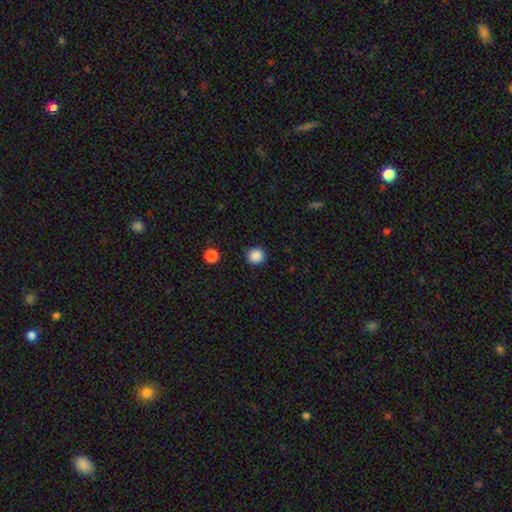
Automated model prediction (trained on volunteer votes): Smooth or featured?
  - smooth: 87% *
  - star or artifact: 10%
  - featured or disk: 3%
How rounded?
  - round: 92% *
  - in between: 7%
  - cigar-shaped: 1%
Merging?
  - none: 91% *
  - minor disturbance: 5%
  - major disturbance: 2%
  - merger: 1%